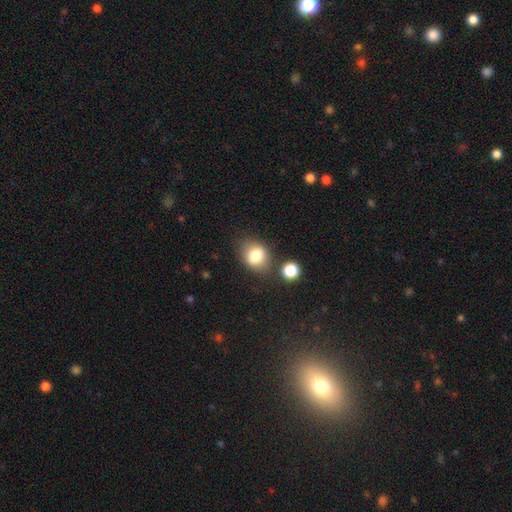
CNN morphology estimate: Smooth or featured: smooth — 79% (featured or disk — 11%)
How rounded: round — 52% (in between — 47%)
Merging: none — 70% (minor disturbance — 17%)